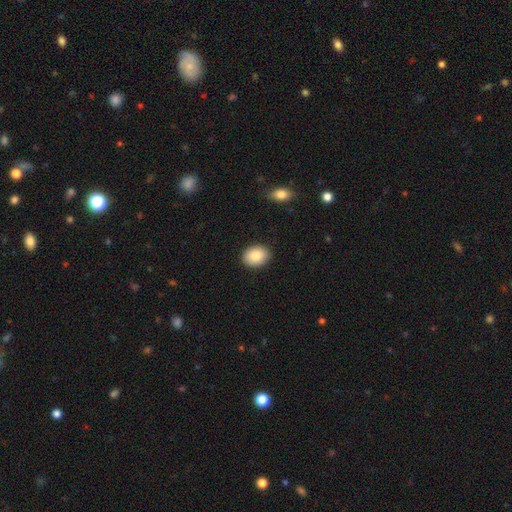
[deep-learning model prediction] Morphology: type=smooth (89%); roundness=in between (67%); merging=none (89%).